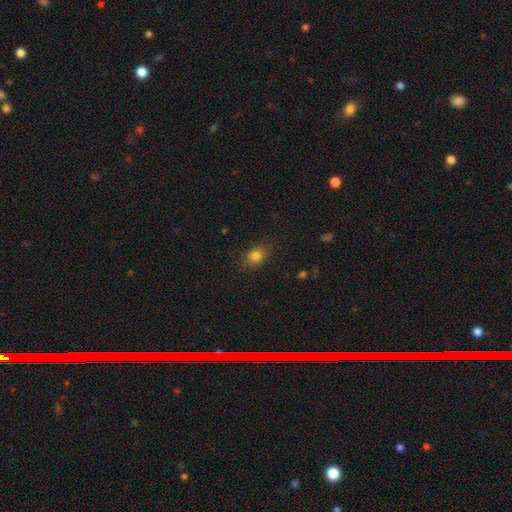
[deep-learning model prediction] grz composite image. It shows a smooth galaxy with no disk features (80%) that is in between round and cigar-shaped (59%). Merging: none (82%).